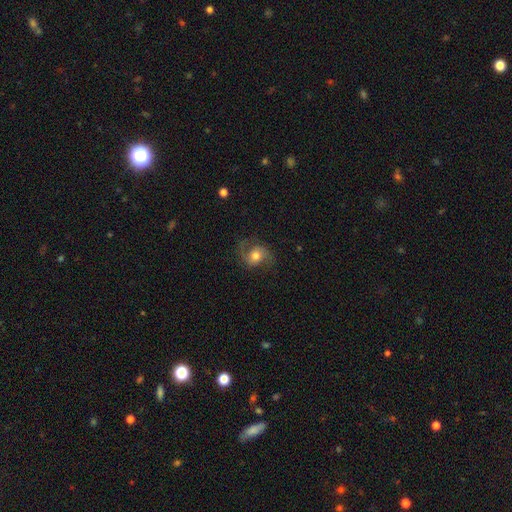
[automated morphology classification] type=featured or disk (66%); edge-on=no (97%); bar=no (66%); spiral arms=yes (92%); winding=medium (45%); arm count=2 (88%); bulge=moderate (65%); merging=none (69%).